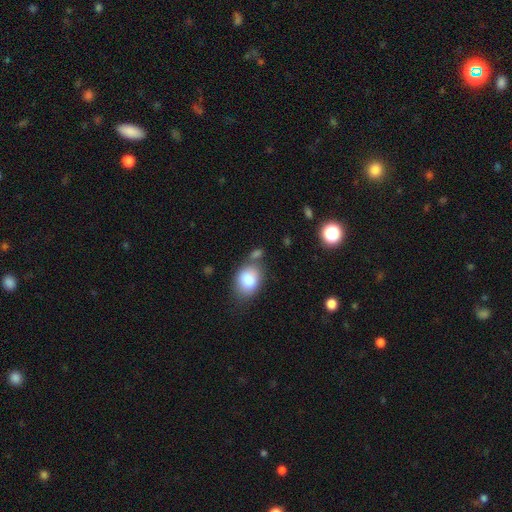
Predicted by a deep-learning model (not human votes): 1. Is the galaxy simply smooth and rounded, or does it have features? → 81% smooth, 10% star or artifact, 8% featured or disk.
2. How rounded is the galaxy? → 64% in between, 34% round, 2% cigar-shaped.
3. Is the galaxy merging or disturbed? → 63% none, 19% minor disturbance, 13% merger, 5% major disturbance.